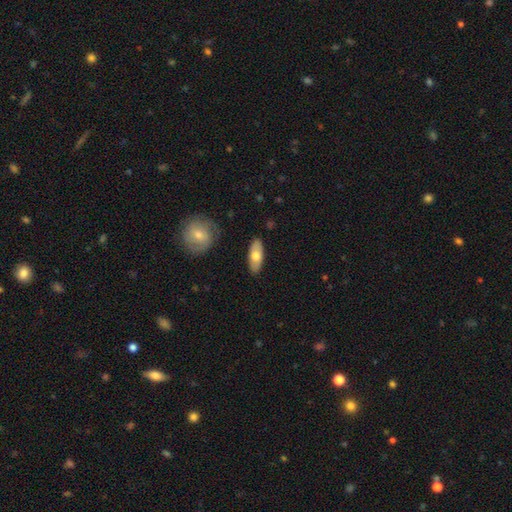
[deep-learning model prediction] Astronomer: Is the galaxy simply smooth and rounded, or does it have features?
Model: smooth — 64%.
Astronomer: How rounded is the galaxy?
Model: in between — 77%.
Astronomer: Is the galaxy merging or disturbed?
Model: none — 86%.